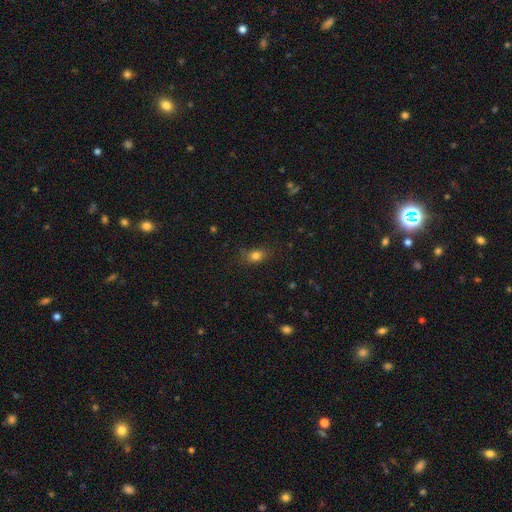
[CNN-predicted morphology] Smooth or featured? smooth (79%)
How rounded? in between (68%)
Merging? none (76%)